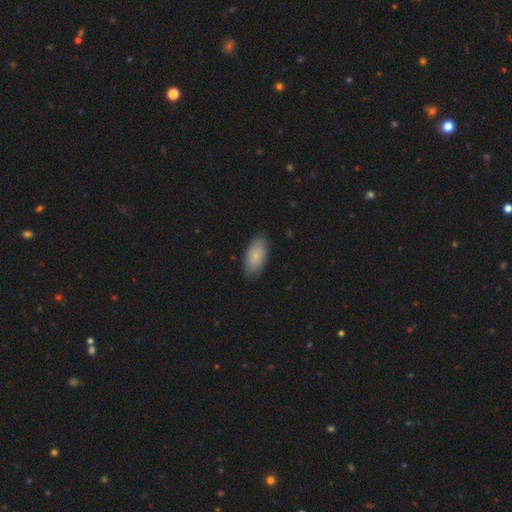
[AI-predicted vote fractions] A smooth galaxy with no disk features (83%) that is in between round and cigar-shaped (94%). Merging: none (85%).